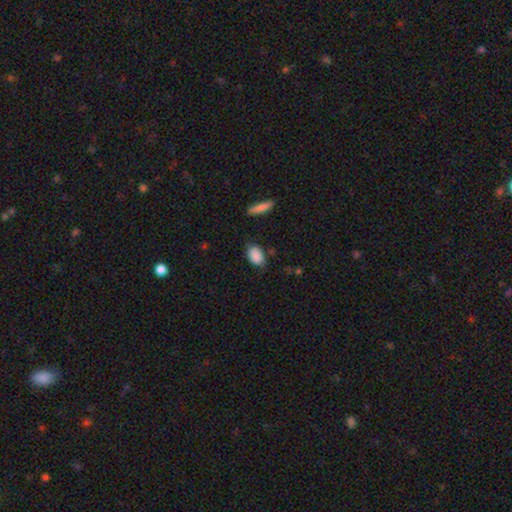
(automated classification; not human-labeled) Smooth or featured?
  - smooth: 88% *
  - star or artifact: 7%
  - featured or disk: 5%
How rounded?
  - in between: 89% *
  - round: 9%
  - cigar-shaped: 2%
Merging?
  - none: 74% *
  - minor disturbance: 20%
  - major disturbance: 4%
  - merger: 2%